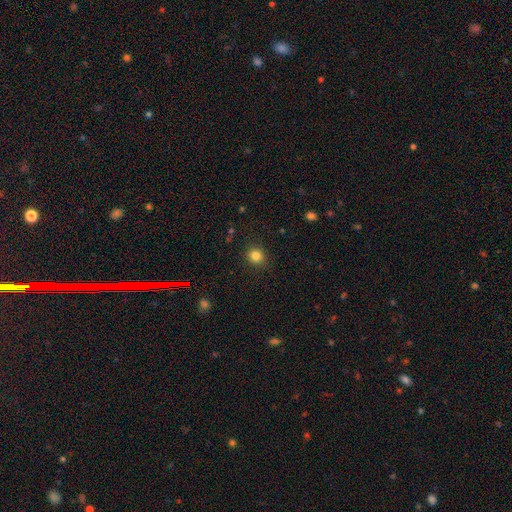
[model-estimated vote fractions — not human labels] Smooth or featured? Predicted: smooth (p=0.83). How rounded? Predicted: round (p=0.84). Merging? Predicted: none (p=0.89).